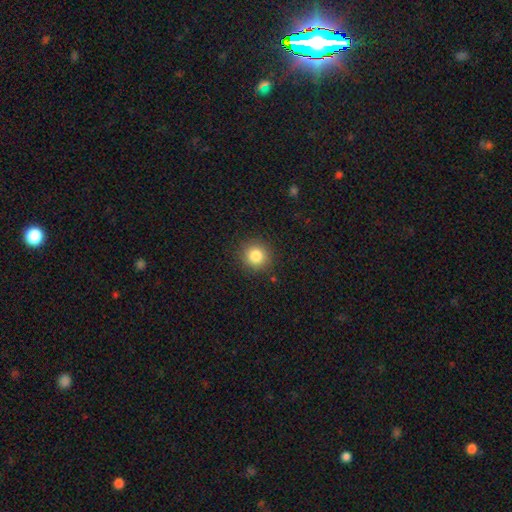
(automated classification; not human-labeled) Smooth or featured? Predicted: smooth (p=0.83). How rounded? Predicted: round (p=0.92). Merging? Predicted: none (p=0.89).